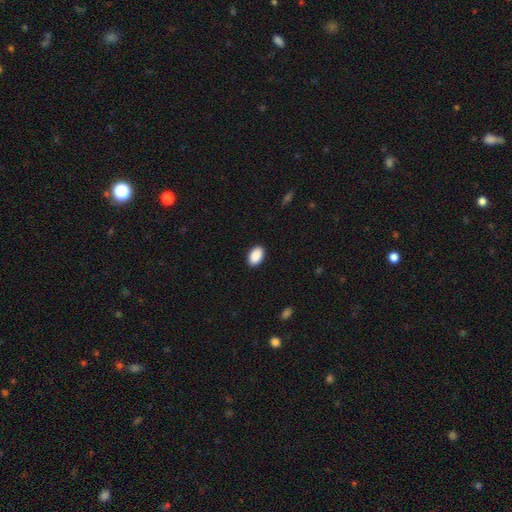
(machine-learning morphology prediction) type=smooth (91%); roundness=in between (92%); merging=none (90%).